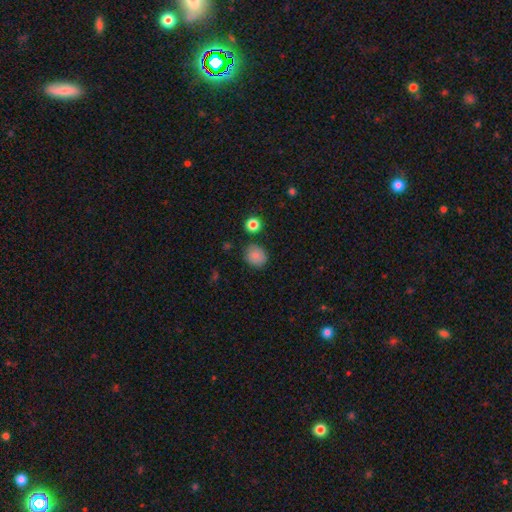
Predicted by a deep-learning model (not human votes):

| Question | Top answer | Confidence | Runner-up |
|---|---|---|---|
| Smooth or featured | smooth | 83% | star or artifact (9%) |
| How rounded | round | 72% | in between (27%) |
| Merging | none | 80% | minor disturbance (13%) |